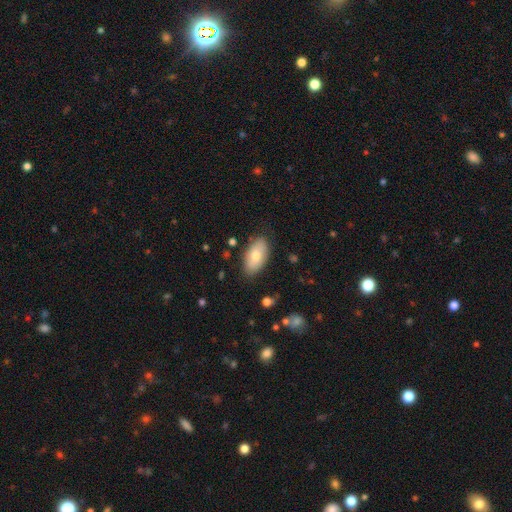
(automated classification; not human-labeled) The model was most divided on "smooth or featured": smooth: 73%, featured or disk: 20%, star or artifact: 6%. More confident: how rounded — in between (94%); merging — none (81%).